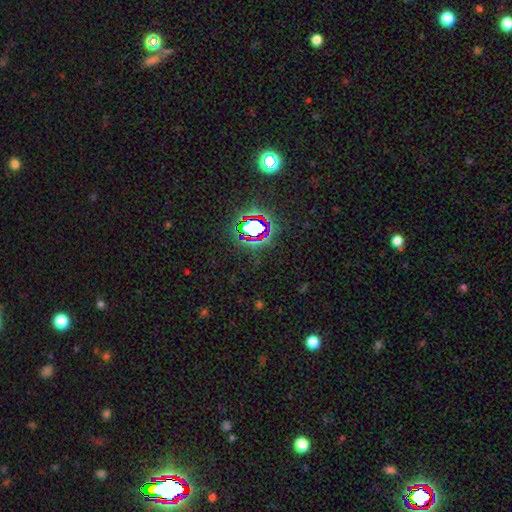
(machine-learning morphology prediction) Q: Smooth or featured?
A: star or artifact (75%); runner-up: smooth (16%)